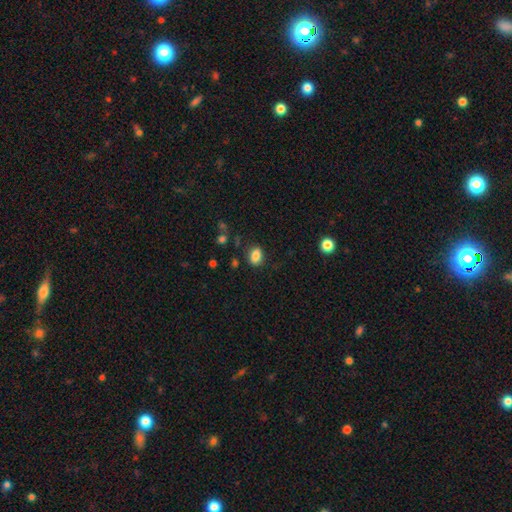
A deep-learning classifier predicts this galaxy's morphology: The model was most divided on "how rounded": in between: 75%, round: 23%, cigar-shaped: 2%. More confident: smooth or featured — smooth (85%); merging — none (81%).